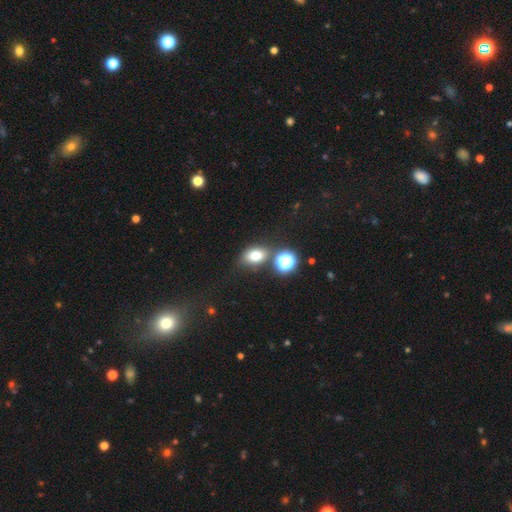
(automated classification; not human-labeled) Smooth or featured? Predicted: smooth (p=0.73). How rounded? Predicted: in between (p=0.70). Merging? Predicted: none (p=0.72).